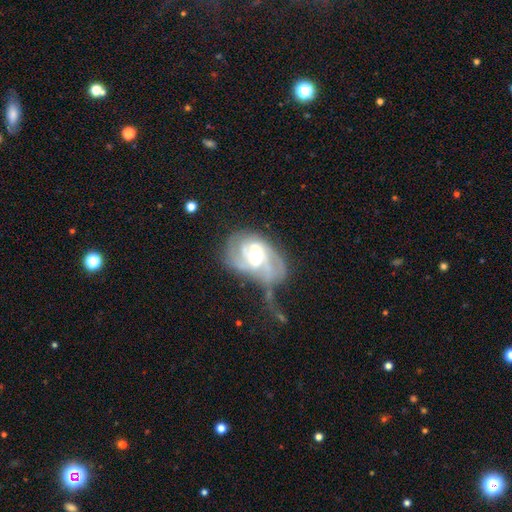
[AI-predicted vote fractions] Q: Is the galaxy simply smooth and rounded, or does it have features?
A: featured or disk — 80%.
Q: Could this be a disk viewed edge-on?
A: no — 97%.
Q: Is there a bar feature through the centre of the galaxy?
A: no — 55%.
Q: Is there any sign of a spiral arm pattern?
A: yes — 86%.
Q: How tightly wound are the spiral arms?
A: tight — 42%.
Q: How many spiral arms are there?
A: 2 — 35%.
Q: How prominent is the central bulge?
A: moderate — 69%.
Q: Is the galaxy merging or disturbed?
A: major disturbance — 37%.